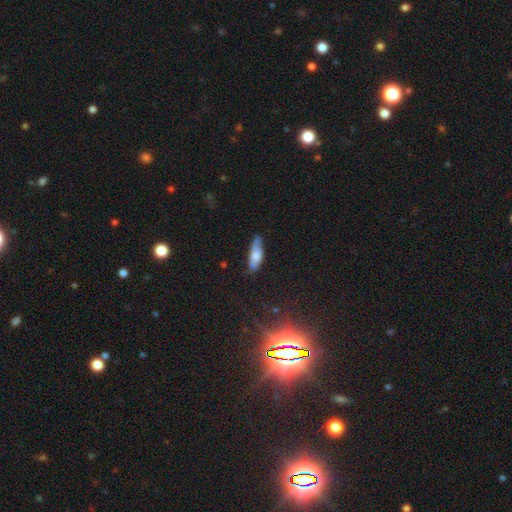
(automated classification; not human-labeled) This is likely a smooth galaxy (66%). How rounded: possibly in between (51%). Merging: likely none (66%).